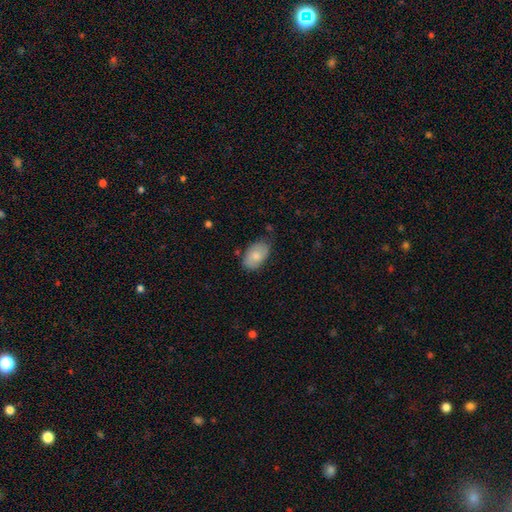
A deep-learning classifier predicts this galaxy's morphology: Smooth or featured: smooth — 75% (featured or disk — 19%)
How rounded: in between — 92% (round — 7%)
Merging: none — 69% (minor disturbance — 24%)